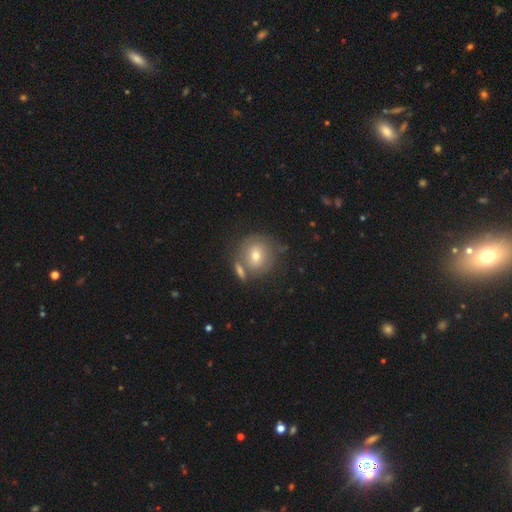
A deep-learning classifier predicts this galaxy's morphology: This is likely a smooth galaxy (64%). How rounded: clearly round (84%). Merging: likely none (60%).